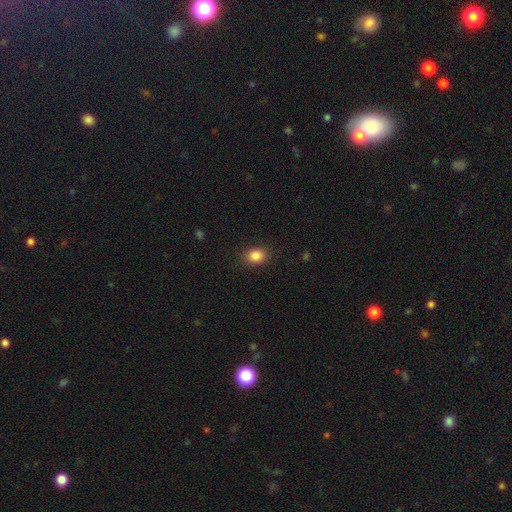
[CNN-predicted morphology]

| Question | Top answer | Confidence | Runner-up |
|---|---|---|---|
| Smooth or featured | smooth | 86% | star or artifact (10%) |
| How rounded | in between | 56% | round (43%) |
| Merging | none | 87% | minor disturbance (9%) |